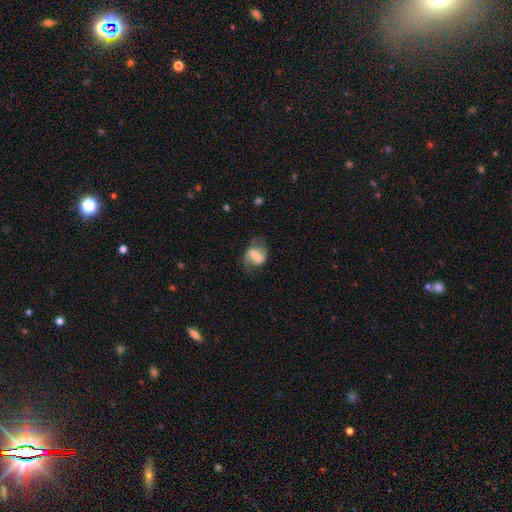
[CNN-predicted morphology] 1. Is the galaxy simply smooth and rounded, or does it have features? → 69% featured or disk, 24% smooth, 7% star or artifact.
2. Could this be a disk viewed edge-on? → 97% no, 3% yes.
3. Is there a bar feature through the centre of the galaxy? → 43% weak, 37% strong, 20% no.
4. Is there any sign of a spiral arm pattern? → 88% yes, 12% no.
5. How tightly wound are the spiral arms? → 45% loose, 41% medium, 14% tight.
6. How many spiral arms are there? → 78% 2, 14% 1, 5% can't tell, 1% 3, 1% 4, 1% more than 4.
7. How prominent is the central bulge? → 43% moderate, 40% small, 8% none, 7% large, 2% dominant.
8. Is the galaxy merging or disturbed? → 60% none, 22% minor disturbance, 16% major disturbance, 2% merger.